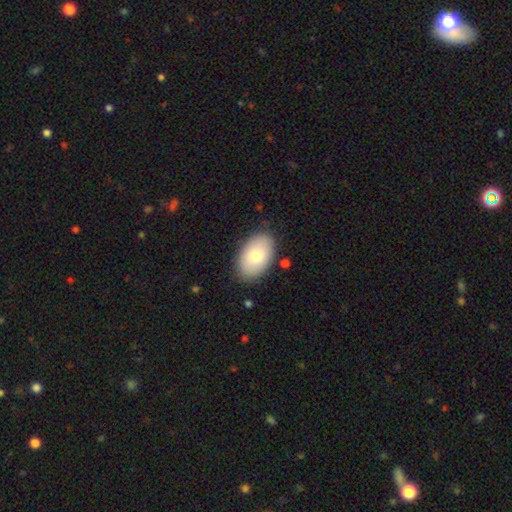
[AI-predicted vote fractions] A smooth galaxy with no disk features (76%) that is in between round and cigar-shaped (92%).

Vote fractions:
- Smooth or featured? smooth: 76% / featured or disk: 17% / star or artifact: 6%
- How rounded? in between: 92% / round: 7% / cigar-shaped: 1%
- Merging? none: 85% / minor disturbance: 11% / major disturbance: 3% / merger: 2%